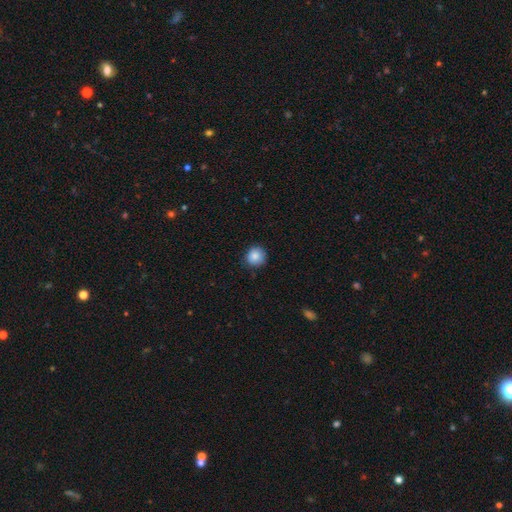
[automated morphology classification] Smooth or featured? Predicted: smooth (p=0.86). How rounded? Predicted: round (p=0.91). Merging? Predicted: none (p=0.85).